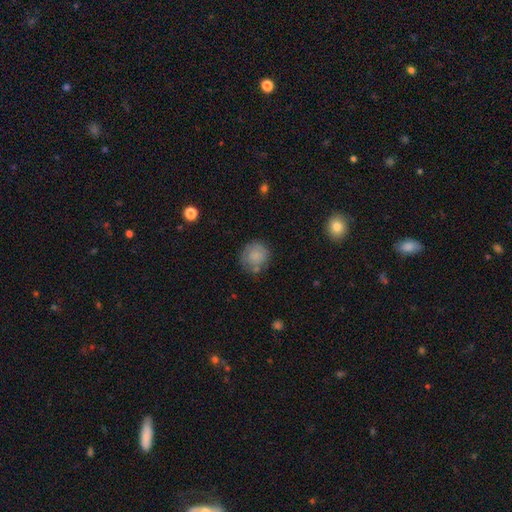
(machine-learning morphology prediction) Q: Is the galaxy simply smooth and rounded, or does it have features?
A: smooth — 73%.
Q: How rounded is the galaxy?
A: round — 88%.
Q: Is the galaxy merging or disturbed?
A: none — 64%.